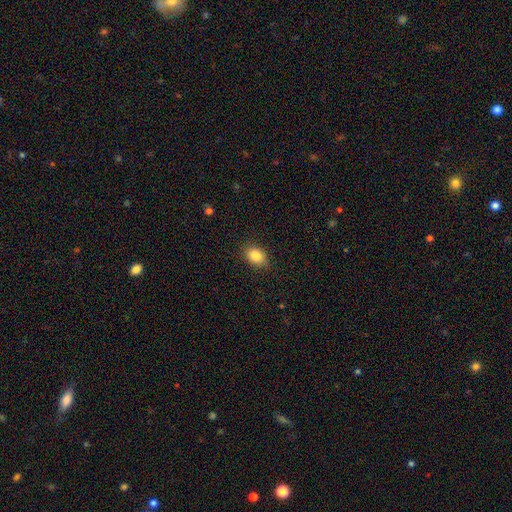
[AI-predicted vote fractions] This appears to be a smooth galaxy with no disk features (85%) that is in between round and cigar-shaped (79%). Merging: none (86%).